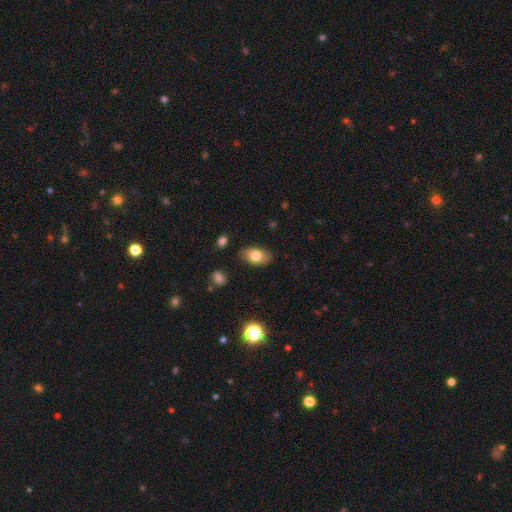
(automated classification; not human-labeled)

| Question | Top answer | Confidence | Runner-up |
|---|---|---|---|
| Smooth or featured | smooth | 77% | featured or disk (15%) |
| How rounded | in between | 91% | round (8%) |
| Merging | none | 85% | minor disturbance (11%) |